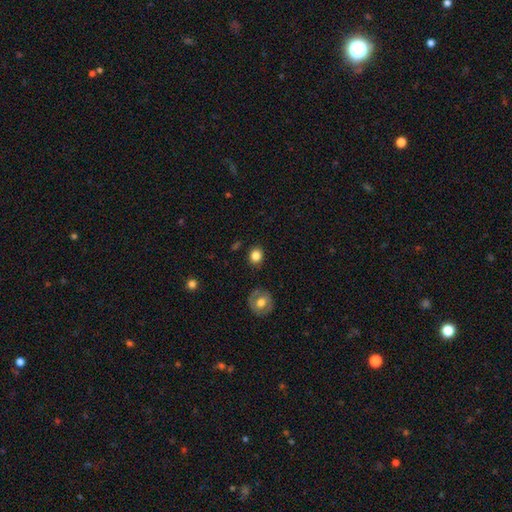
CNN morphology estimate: Smooth or featured: smooth — 83% (star or artifact — 10%)
How rounded: round — 73% (in between — 26%)
Merging: none — 86% (minor disturbance — 9%)